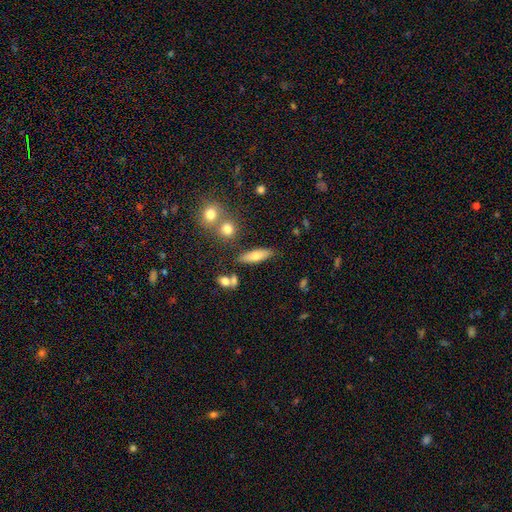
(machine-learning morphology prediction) A smooth galaxy with no disk features (67%) that is in between round and cigar-shaped (49%).

Vote fractions:
- Smooth or featured? smooth: 67% / featured or disk: 25% / star or artifact: 8%
- How rounded? in between: 49% / cigar-shaped: 48% / round: 4%
- Merging? none: 76% / minor disturbance: 11% / merger: 9% / major disturbance: 3%